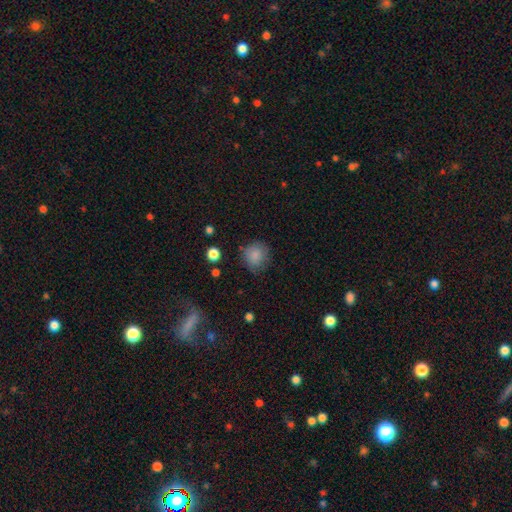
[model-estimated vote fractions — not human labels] Overall: smooth (85%). How rounded: round (87%). Merging: none (77%).